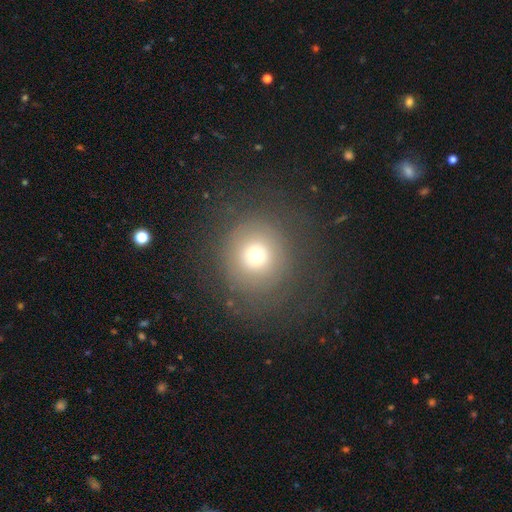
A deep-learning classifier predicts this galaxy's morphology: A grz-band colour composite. It shows a smooth galaxy with no disk features (63%) that is round (91%). Merging: none (74%).